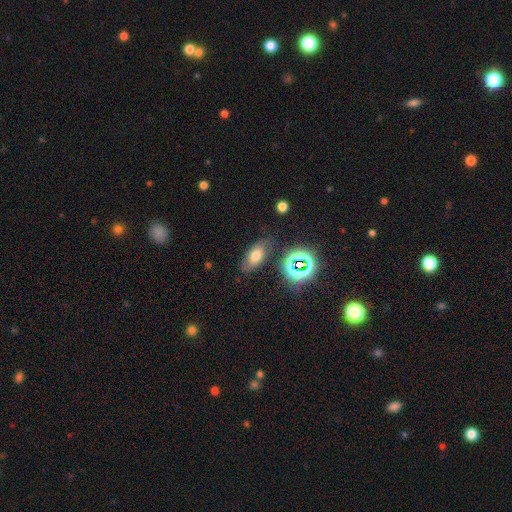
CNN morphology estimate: A smooth galaxy with no disk features (60%) that is in between round and cigar-shaped (85%).

Vote fractions:
- Smooth or featured? smooth: 60% / star or artifact: 20% / featured or disk: 20%
- How rounded? in between: 85% / round: 8% / cigar-shaped: 6%
- Merging? none: 74% / minor disturbance: 17% / major disturbance: 6% / merger: 4%